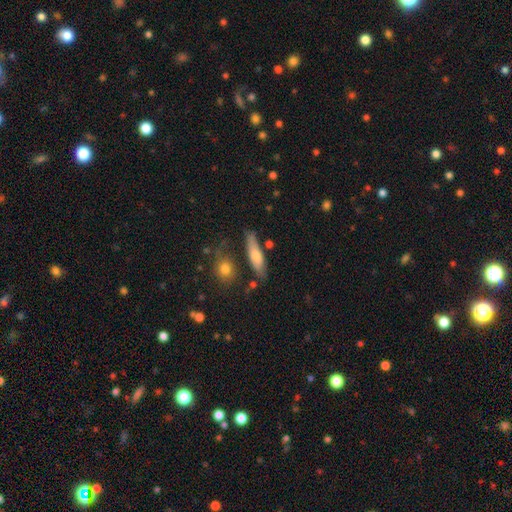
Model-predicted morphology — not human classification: This appears to be a smooth galaxy with no disk features (64%) that is cigar-shaped (67%). Merging: none (72%).